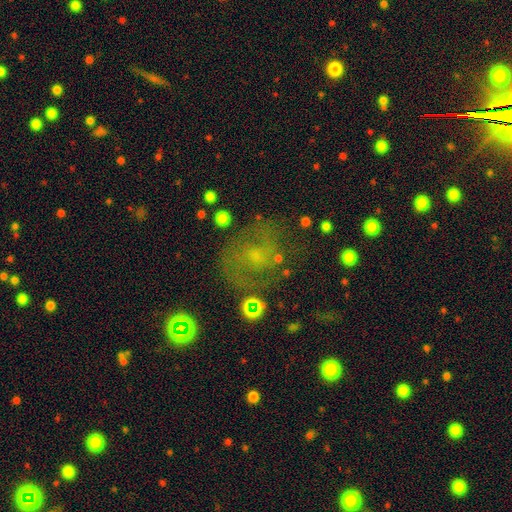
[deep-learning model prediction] Smooth or featured? Predicted: star or artifact (p=0.38).